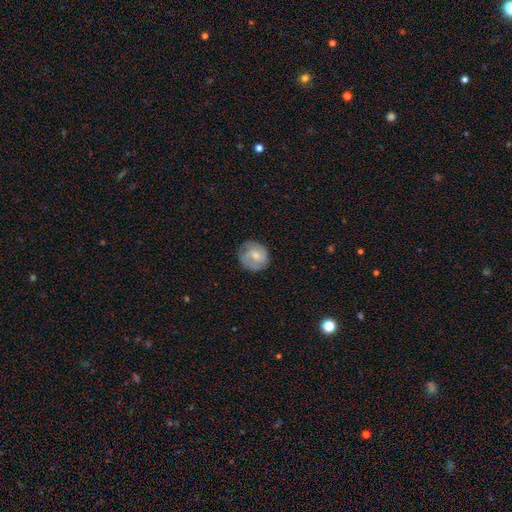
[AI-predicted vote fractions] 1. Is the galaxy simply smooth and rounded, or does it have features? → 60% featured or disk, 33% smooth, 6% star or artifact.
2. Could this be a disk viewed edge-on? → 98% no, 2% yes.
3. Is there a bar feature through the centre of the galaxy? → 48% no, 44% weak, 9% strong.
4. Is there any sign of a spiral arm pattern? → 90% yes, 10% no.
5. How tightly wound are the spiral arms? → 43% medium (tied), 43% tight (tied), 14% loose.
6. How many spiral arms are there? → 66% 2, 15% can't tell, 10% 3, 5% 1, 2% 4, 2% more than 4.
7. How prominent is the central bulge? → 45% moderate, 44% small, 6% none, 3% large, 1% dominant.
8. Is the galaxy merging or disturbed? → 77% none, 17% minor disturbance, 5% major disturbance, 1% merger.